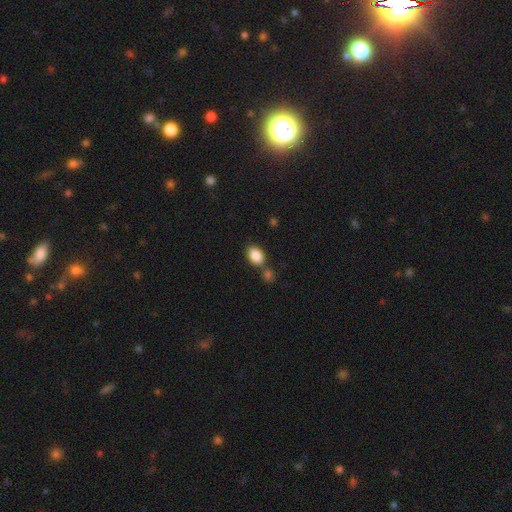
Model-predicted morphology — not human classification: Q: Smooth or featured?
A: smooth (86%); runner-up: star or artifact (8%)
Q: How rounded?
A: in between (81%); runner-up: round (18%)
Q: Merging?
A: none (63%); runner-up: merger (22%)